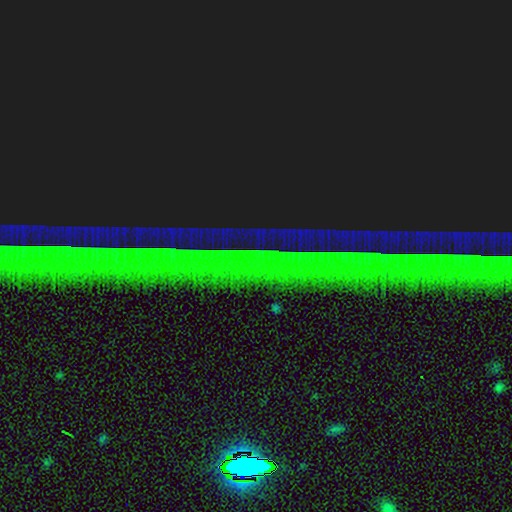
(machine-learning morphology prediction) Overall: star or artifact (87%).